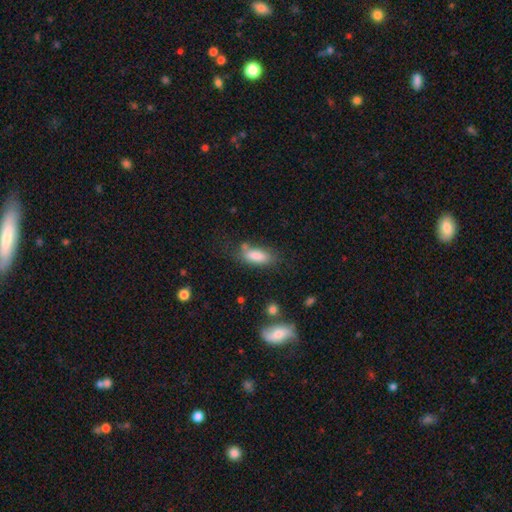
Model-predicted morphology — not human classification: smooth-or-featured: smooth: 82% | featured or disk: 10% | star or artifact: 8%
  how-rounded: in between: 78% | cigar-shaped: 19% | round: 3%
  merging: none: 57% | minor disturbance: 24% | major disturbance: 10% | merger: 8%